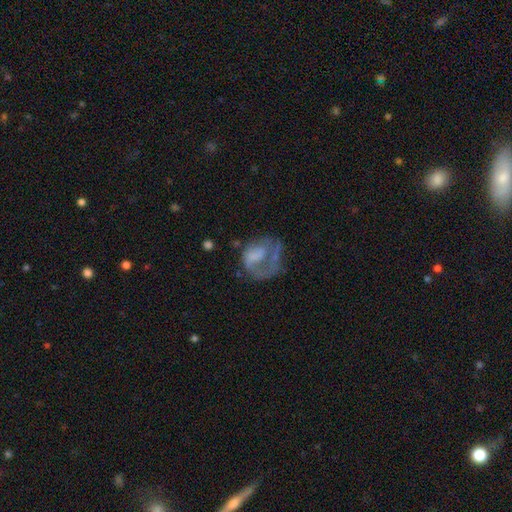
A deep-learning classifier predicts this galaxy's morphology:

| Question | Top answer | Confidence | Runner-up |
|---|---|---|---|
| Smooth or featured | featured or disk | 55% | smooth (36%) |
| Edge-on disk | no | 98% | yes (2%) |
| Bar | no | 75% | weak (20%) |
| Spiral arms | no | 54% | yes (46%) |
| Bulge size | none | 53% | moderate (19%) |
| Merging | major disturbance | 48% | none (29%) |